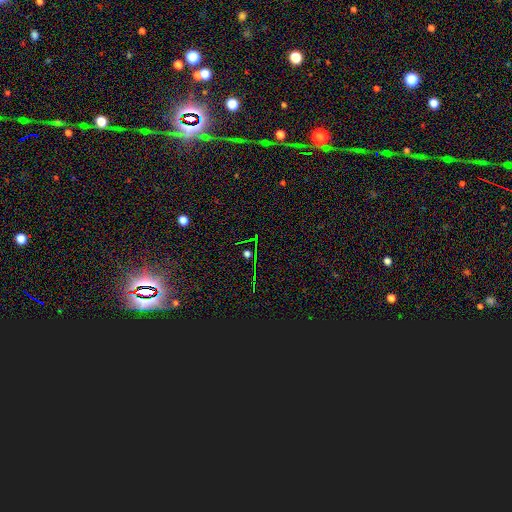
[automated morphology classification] star or artifact 85%, smooth 8%, featured or disk 6%.